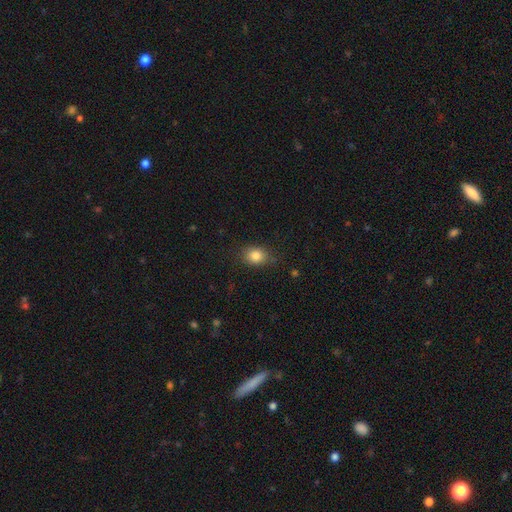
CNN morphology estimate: smooth 83%, star or artifact 10%, featured or disk 7%. Down the decision tree: how rounded — in between (52%); merging — none (79%).